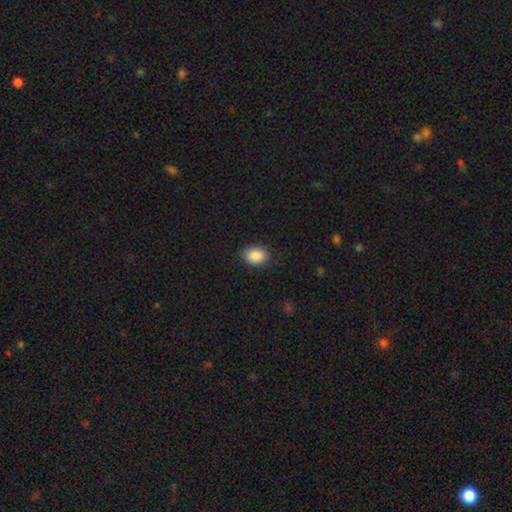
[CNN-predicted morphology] smooth-or-featured: smooth: 89% | star or artifact: 8% | featured or disk: 3%
  how-rounded: in between: 70% | round: 29% | cigar-shaped: 1%
  merging: none: 87% | minor disturbance: 9% | major disturbance: 2% | merger: 1%